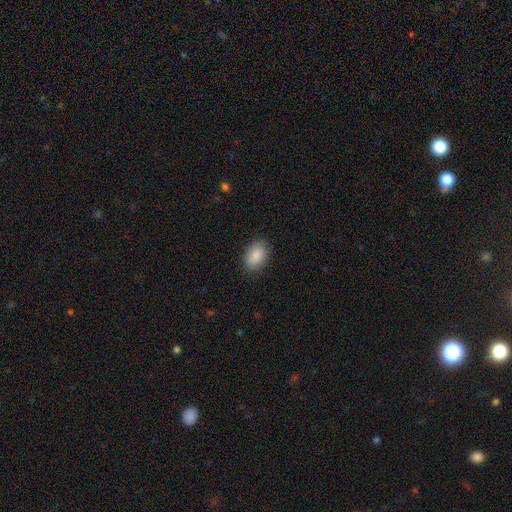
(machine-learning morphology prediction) This appears to be a smooth galaxy with no disk features (89%) that is in between round and cigar-shaped (90%). Merging: none (86%).